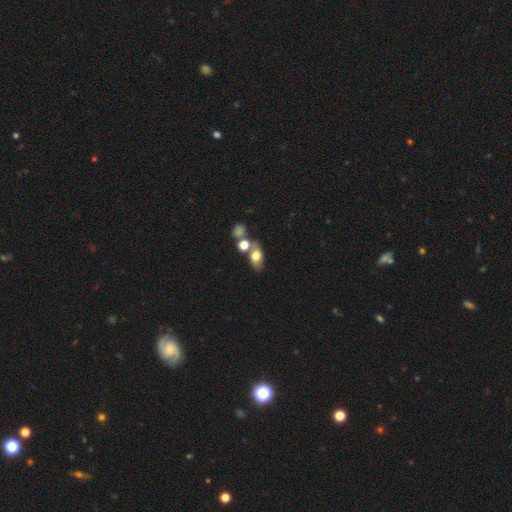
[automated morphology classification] Overall: smooth (65%). How rounded: in between (79%). Merging: none (51%; merger 29%).